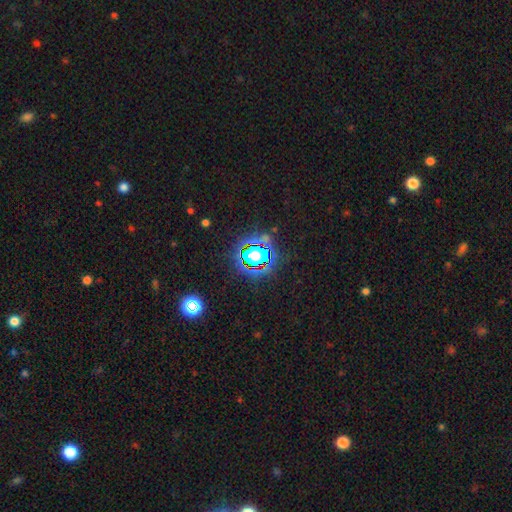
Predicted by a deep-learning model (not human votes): smooth_or_featured: star or artifact (p=0.78) [alt: smooth p=0.14]